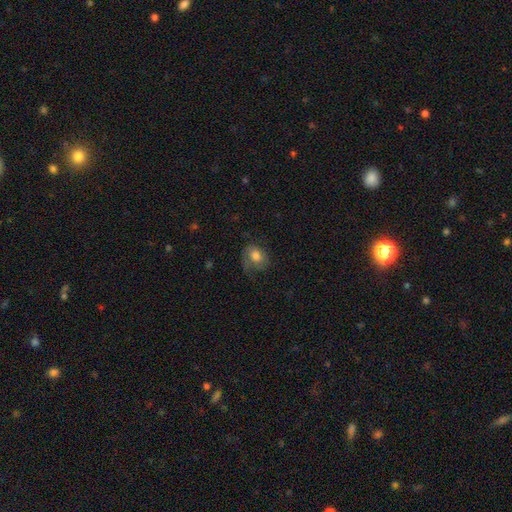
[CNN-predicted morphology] smooth_or_featured: smooth (p=0.64) [alt: featured or disk p=0.27]
how_rounded: in between (p=0.58) [alt: round p=0.41]
merging: none (p=0.48) [alt: minor disturbance p=0.26]